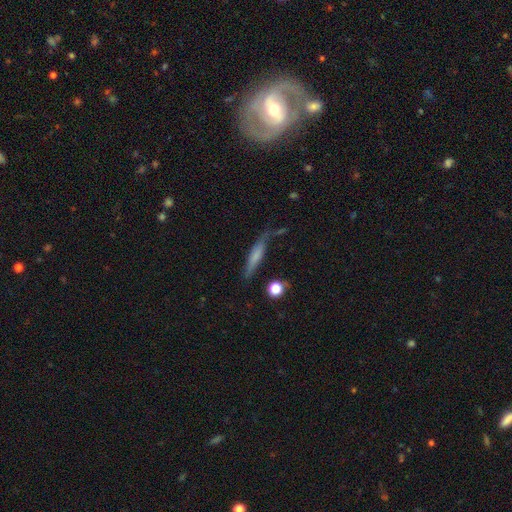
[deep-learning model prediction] Smooth or featured: smooth — 58% (featured or disk — 33%)
How rounded: cigar-shaped — 81% (in between — 15%)
Merging: none — 55% (minor disturbance — 26%)